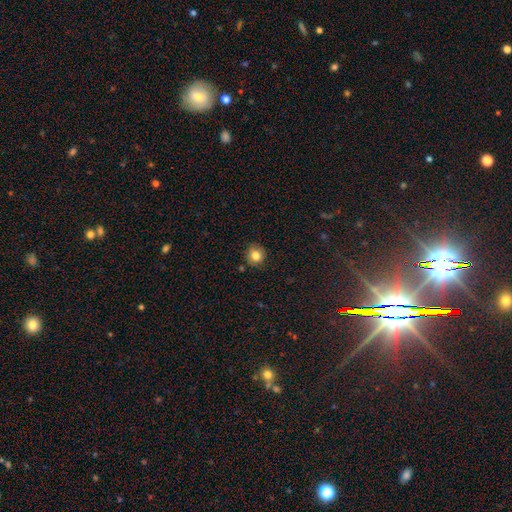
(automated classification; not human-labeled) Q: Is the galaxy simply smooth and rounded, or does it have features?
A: smooth — 82%.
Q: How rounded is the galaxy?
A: round — 87%.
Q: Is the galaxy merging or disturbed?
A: none — 84%.